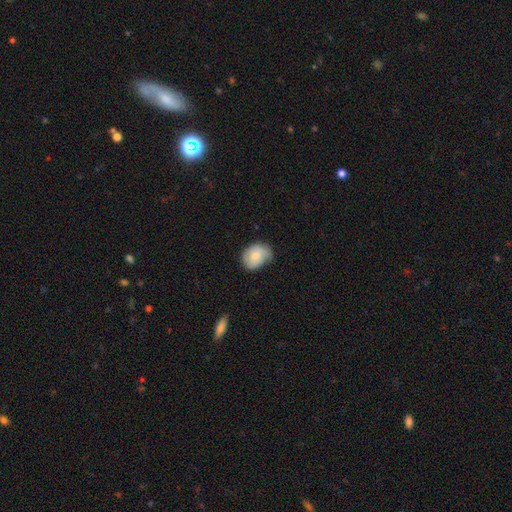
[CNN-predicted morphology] A smooth galaxy with no disk features (77%) that is in between round and cigar-shaped (62%).

Vote fractions:
- Smooth or featured? smooth: 77% / featured or disk: 16% / star or artifact: 7%
- How rounded? in between: 62% / round: 37% / cigar-shaped: 1%
- Merging? none: 55% / minor disturbance: 35% / major disturbance: 8% / merger: 1%